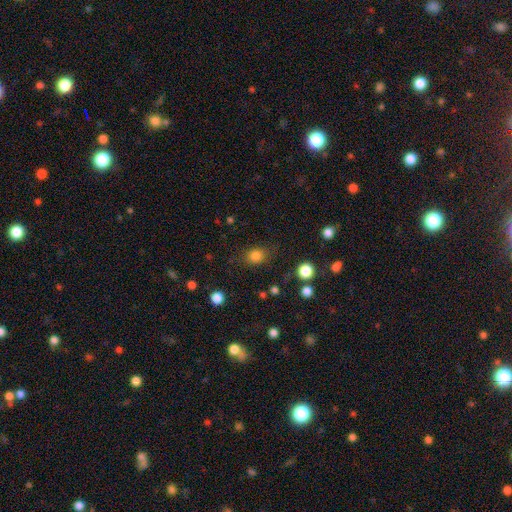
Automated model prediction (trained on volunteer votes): Smooth or featured?
  - smooth: 82% *
  - star or artifact: 12%
  - featured or disk: 6%
How rounded?
  - round: 56% *
  - in between: 43%
  - cigar-shaped: 1%
Merging?
  - none: 77% *
  - minor disturbance: 15%
  - major disturbance: 6%
  - merger: 2%